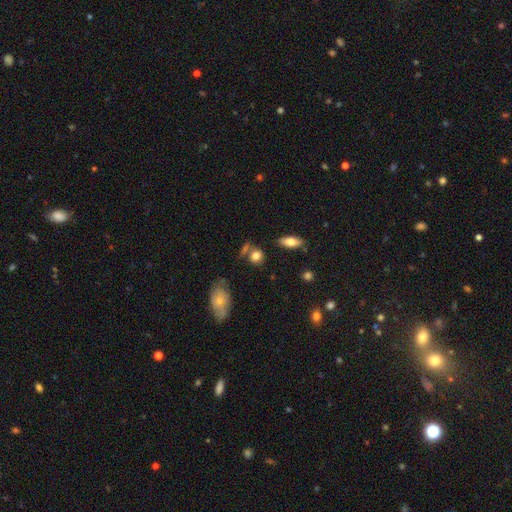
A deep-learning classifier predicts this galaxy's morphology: Smooth or featured: smooth — 80% (star or artifact — 11%)
How rounded: round — 66% (in between — 30%)
Merging: none — 66% (merger — 15%)